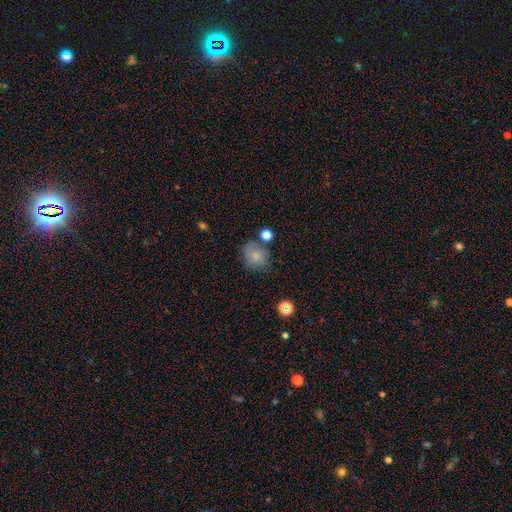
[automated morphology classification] Smooth or featured?
  - smooth: 77% *
  - featured or disk: 12%
  - star or artifact: 11%
How rounded?
  - round: 72% *
  - in between: 27%
  - cigar-shaped: 1%
Merging?
  - none: 66% *
  - minor disturbance: 19%
  - merger: 9%
  - major disturbance: 6%